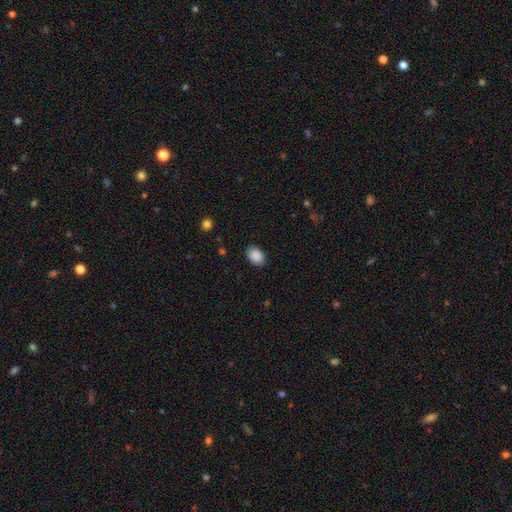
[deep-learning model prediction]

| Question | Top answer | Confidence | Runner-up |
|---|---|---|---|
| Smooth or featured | smooth | 90% | star or artifact (7%) |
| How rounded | in between | 84% | round (15%) |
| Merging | none | 88% | minor disturbance (8%) |